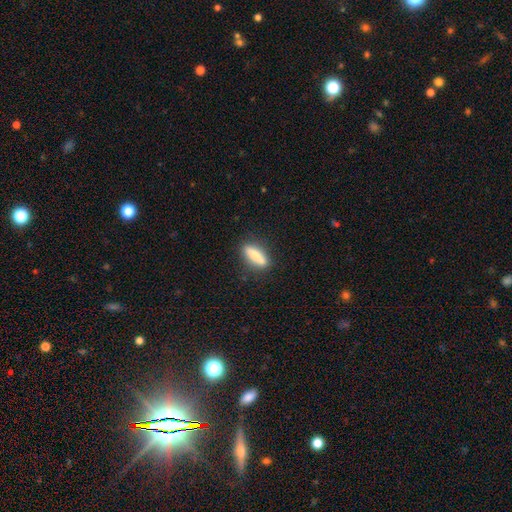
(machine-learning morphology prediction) A smooth galaxy with no disk features (68%) that is cigar-shaped (60%). Merging: none (82%).